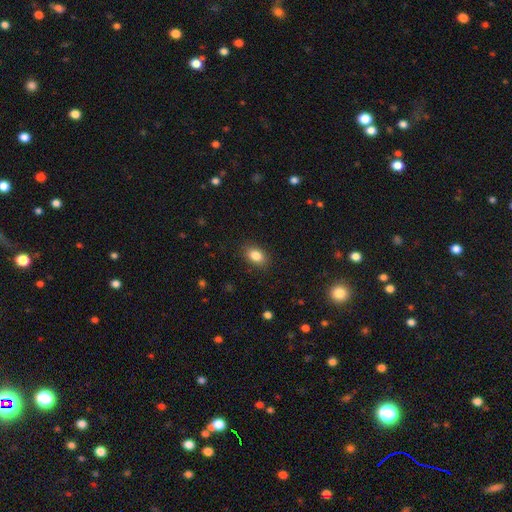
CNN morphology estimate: smooth_or_featured: smooth (p=0.85) [alt: star or artifact p=0.09]
how_rounded: in between (p=0.83) [alt: round p=0.15]
merging: none (p=0.87) [alt: minor disturbance p=0.09]